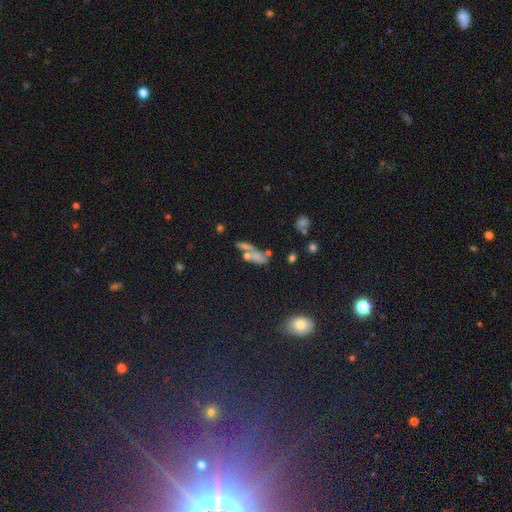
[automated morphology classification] This appears to be a smooth galaxy with no disk features (40%). Merging: none (46%).